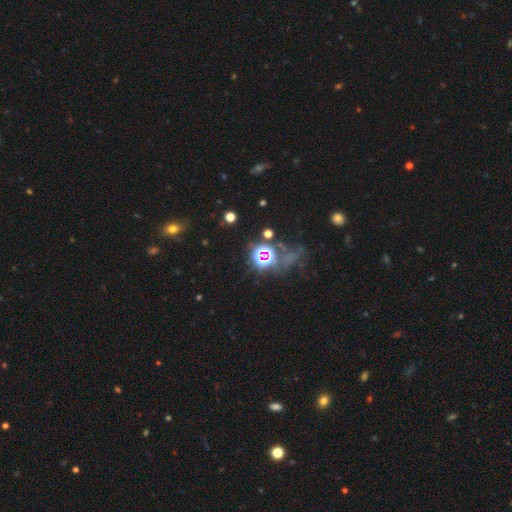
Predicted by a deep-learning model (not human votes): The model was most divided on "smooth or featured": star or artifact: 68%, smooth: 22%, featured or disk: 10%.